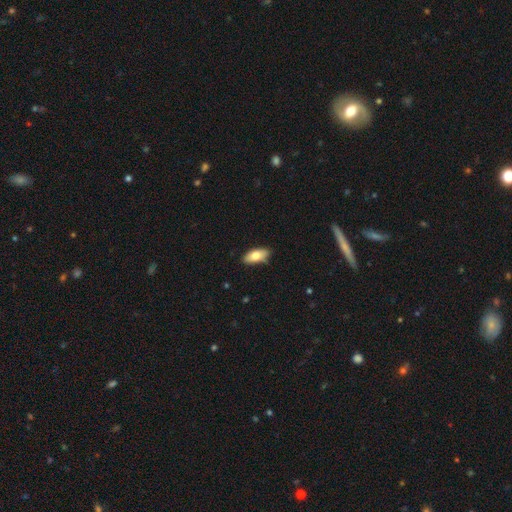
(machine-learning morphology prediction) smooth 76%, featured or disk 17%, star or artifact 6%. Down the decision tree: how rounded — in between (88%); merging — none (82%).